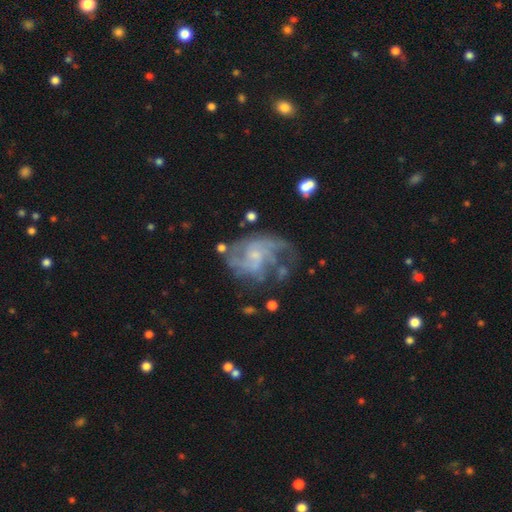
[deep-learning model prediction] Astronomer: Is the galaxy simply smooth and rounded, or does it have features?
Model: featured or disk — 83%.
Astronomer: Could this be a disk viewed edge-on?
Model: no — 98%.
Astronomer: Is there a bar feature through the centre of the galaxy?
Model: no — 64%.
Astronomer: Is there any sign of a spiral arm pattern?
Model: yes — 90%.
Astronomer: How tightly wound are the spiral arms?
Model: medium — 46% (runner-up: tight, 27%).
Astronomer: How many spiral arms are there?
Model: can't tell — 27%, tied with 2 at 27%.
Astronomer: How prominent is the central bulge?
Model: small — 66%.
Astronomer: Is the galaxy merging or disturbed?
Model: none — 50%.